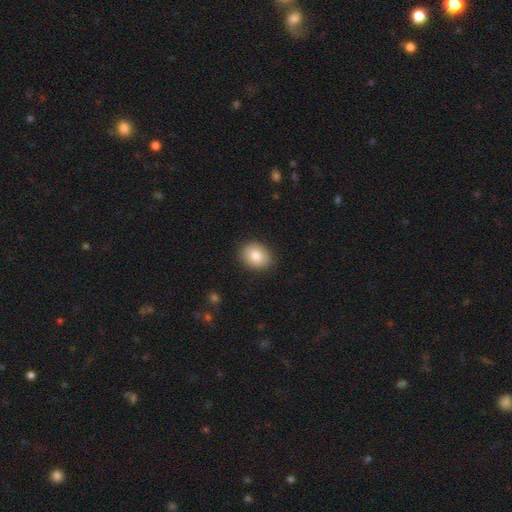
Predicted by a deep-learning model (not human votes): Overall: smooth (83%). How rounded: round (57%; in between 43%). Merging: none (88%).